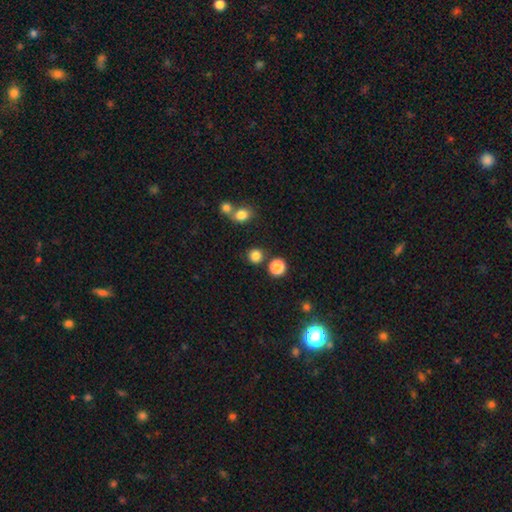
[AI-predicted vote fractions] This appears to be a smooth galaxy with no disk features (82%) that is round (90%). Merging: none (82%).